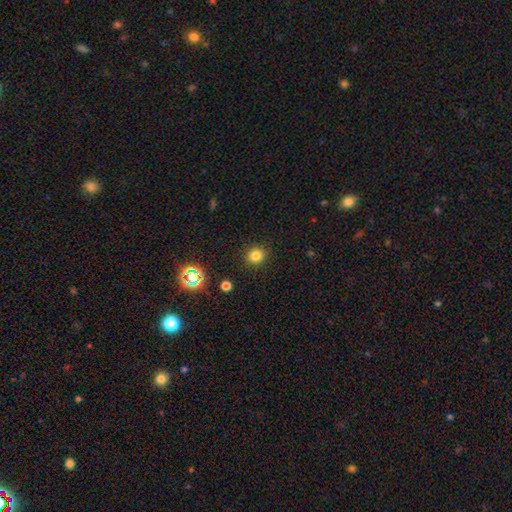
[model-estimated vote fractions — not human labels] Smooth or featured?
  - smooth: 79% *
  - star or artifact: 16%
  - featured or disk: 5%
How rounded?
  - round: 89% *
  - in between: 10%
  - cigar-shaped: 1%
Merging?
  - none: 90% *
  - minor disturbance: 6%
  - major disturbance: 2%
  - merger: 1%